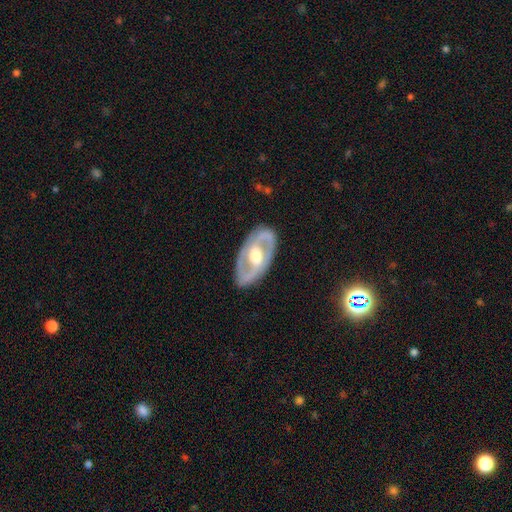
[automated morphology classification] Smooth or featured? Predicted: featured or disk (p=0.81). Edge-on disk? Predicted: no (p=0.92). Bar? Predicted: no (p=0.41). Spiral arms? Predicted: yes (p=0.71). Spiral winding? Predicted: medium (p=0.48). Spiral arm count? Predicted: 2 (p=0.87). Bulge size? Predicted: moderate (p=0.65). Merging? Predicted: none (p=0.85).